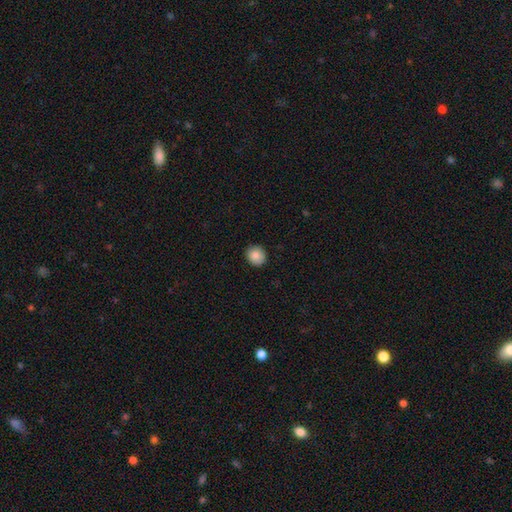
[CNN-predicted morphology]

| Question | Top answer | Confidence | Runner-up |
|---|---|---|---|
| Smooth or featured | smooth | 87% | star or artifact (8%) |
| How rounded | round | 85% | in between (14%) |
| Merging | none | 89% | minor disturbance (8%) |